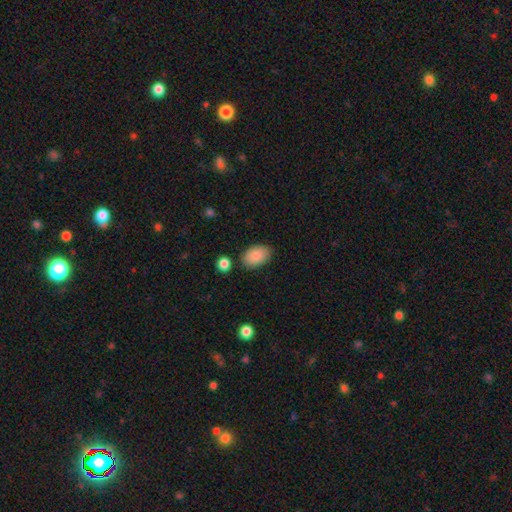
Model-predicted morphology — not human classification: Overall: smooth (88%). How rounded: in between (91%). Merging: none (82%).